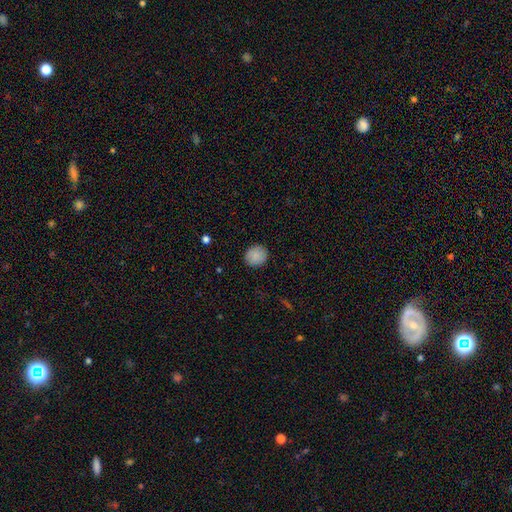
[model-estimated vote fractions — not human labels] Smooth or featured?
  - smooth: 88% *
  - star or artifact: 7%
  - featured or disk: 4%
How rounded?
  - round: 86% *
  - in between: 13%
  - cigar-shaped: 1%
Merging?
  - none: 90% *
  - minor disturbance: 7%
  - major disturbance: 2%
  - merger: 1%